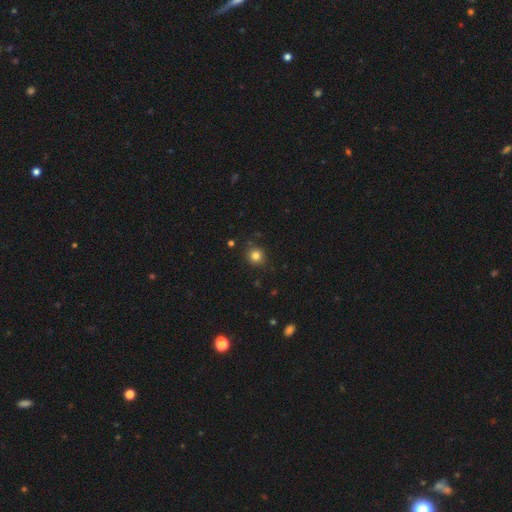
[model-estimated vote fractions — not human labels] Q: Smooth or featured?
A: smooth (81%); runner-up: star or artifact (14%)
Q: How rounded?
A: round (92%); runner-up: in between (7%)
Q: Merging?
A: none (87%); runner-up: minor disturbance (8%)